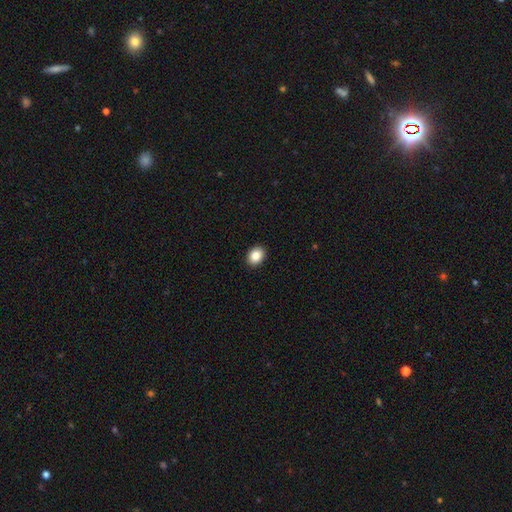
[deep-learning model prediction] Q: Smooth or featured?
A: smooth (87%); runner-up: star or artifact (8%)
Q: How rounded?
A: in between (62%); runner-up: round (37%)
Q: Merging?
A: none (92%); runner-up: minor disturbance (6%)